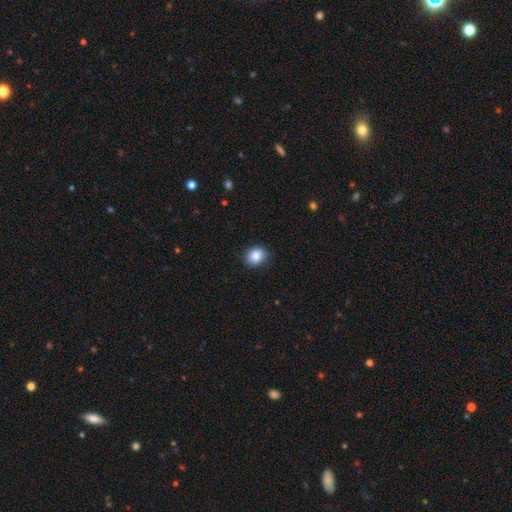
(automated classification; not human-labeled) This appears to be a smooth galaxy with no disk features (85%) that is round (70%). Merging: none (85%).